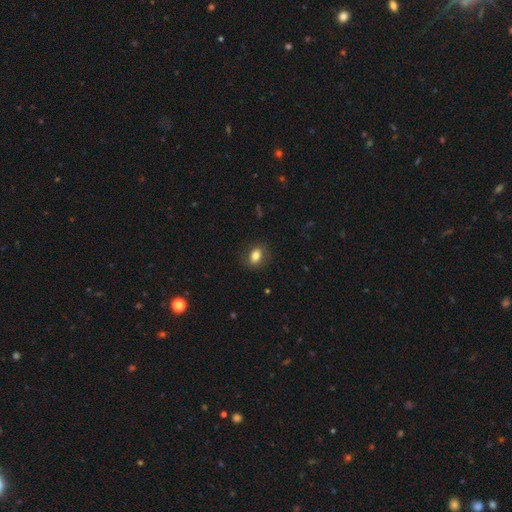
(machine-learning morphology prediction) smooth 80%, featured or disk 11%, star or artifact 9%. Down the decision tree: how rounded — in between (76%); merging — none (82%).